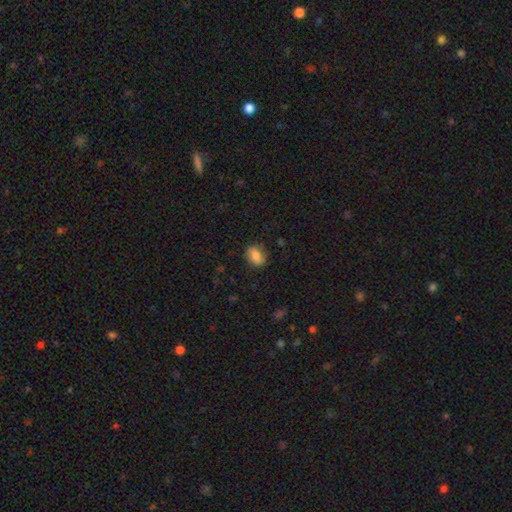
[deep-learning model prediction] smooth 76%, featured or disk 16%, star or artifact 8%. Down the decision tree: how rounded — in between (71%); merging — none (80%).